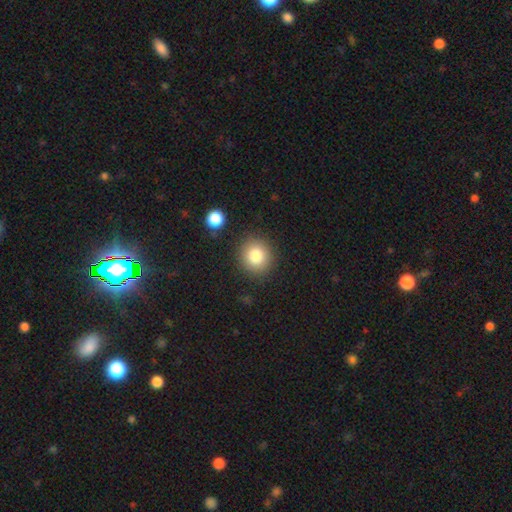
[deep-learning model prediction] Morphology: type=smooth (81%); roundness=round (88%); merging=none (87%).